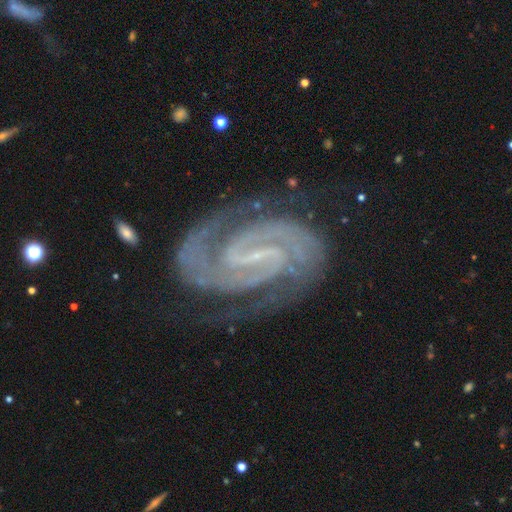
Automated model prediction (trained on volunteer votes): This appears to be a featured or disk galaxy (93%) with a strong bar (44%), 2 (90%) tight (63%) spiral arms (99%) and a small central bulge (67%). Merging: none (78%).